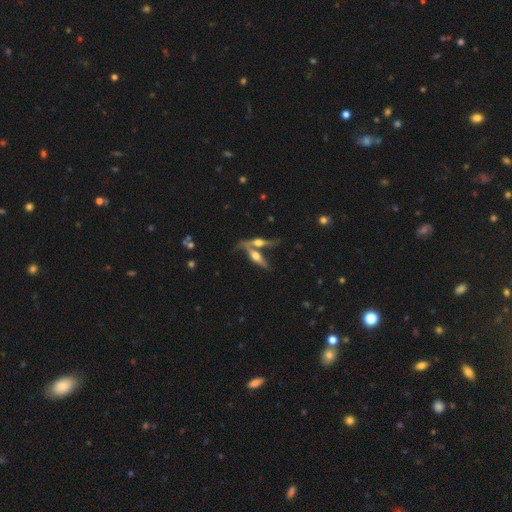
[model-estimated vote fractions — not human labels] Overall: featured or disk (72%). Edge-on disk: yes (93%). Edge-on bulge: rounded (93%). Merging: none (48%; merger 37%).